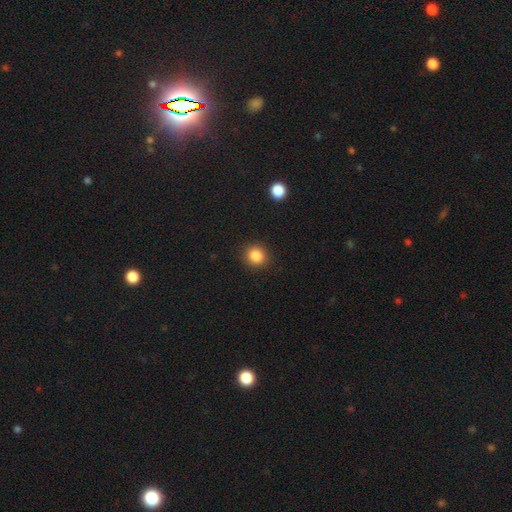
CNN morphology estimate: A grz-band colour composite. It shows a smooth galaxy with no disk features (85%) that is round (88%). Merging: none (91%).